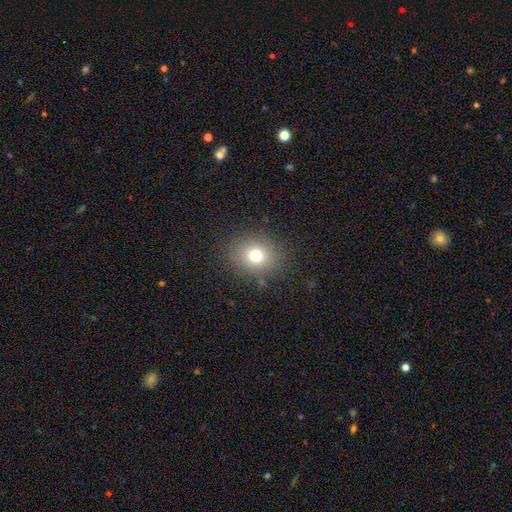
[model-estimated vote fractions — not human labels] Smooth or featured? Predicted: smooth (p=0.74). How rounded? Predicted: round (p=0.70). Merging? Predicted: none (p=0.85).